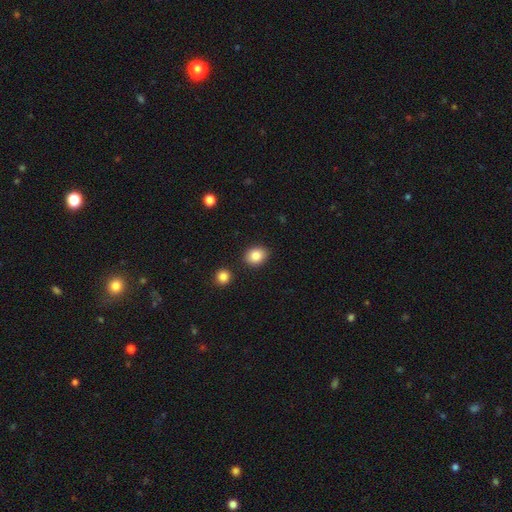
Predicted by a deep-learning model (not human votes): Smooth or featured? Predicted: smooth (p=0.86). How rounded? Predicted: in between (p=0.50). Merging? Predicted: none (p=0.87).